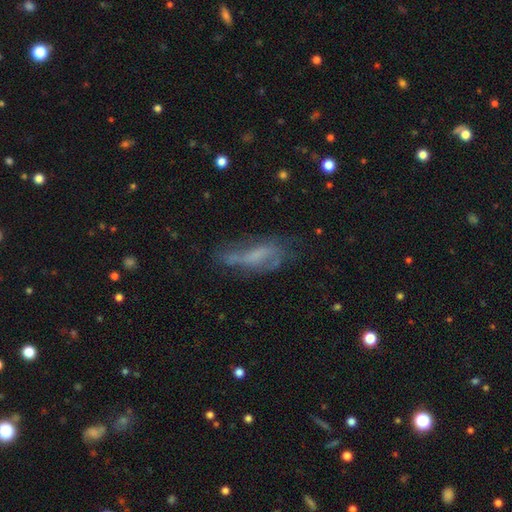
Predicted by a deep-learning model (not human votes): The model was most divided on "smooth or featured": featured or disk: 46%, smooth: 41%, star or artifact: 14%. Remaining: merging — none (45%).